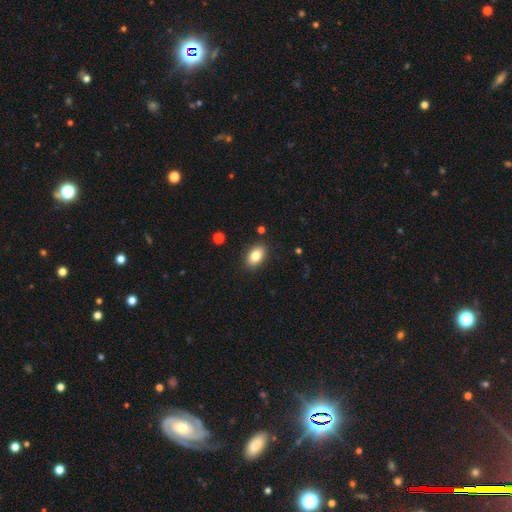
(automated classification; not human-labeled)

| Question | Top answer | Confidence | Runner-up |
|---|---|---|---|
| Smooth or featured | smooth | 83% | featured or disk (8%) |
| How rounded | in between | 88% | round (10%) |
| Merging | none | 88% | minor disturbance (8%) |